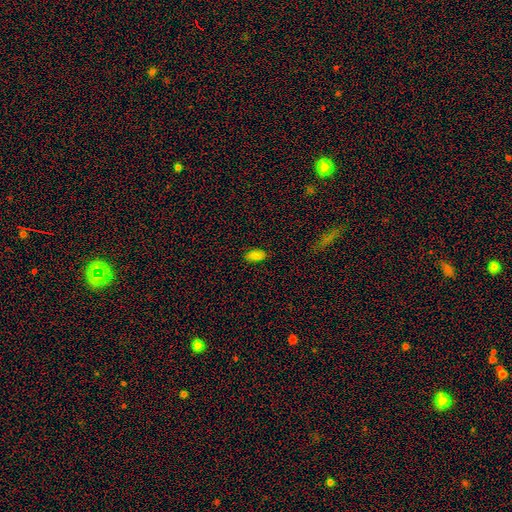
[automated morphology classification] smooth 82%, star or artifact 12%, featured or disk 6%. Down the decision tree: how rounded — in between (93%); merging — none (84%).